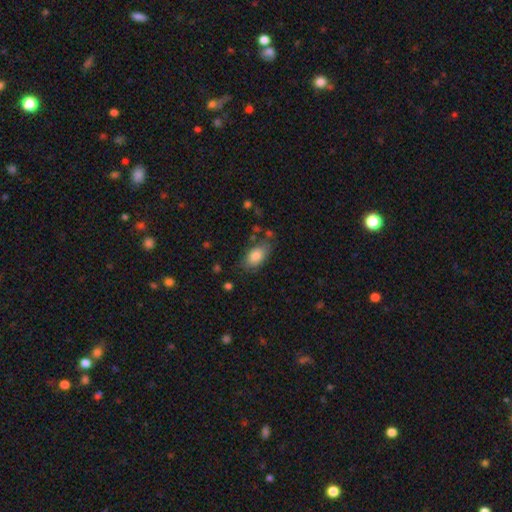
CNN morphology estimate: A smooth galaxy with no disk features (82%) that is in between round and cigar-shaped (90%).

Vote fractions:
- Smooth or featured? smooth: 82% / featured or disk: 10% / star or artifact: 7%
- How rounded? in between: 90% / round: 6% / cigar-shaped: 3%
- Merging? none: 69% / minor disturbance: 20% / major disturbance: 6% / merger: 4%